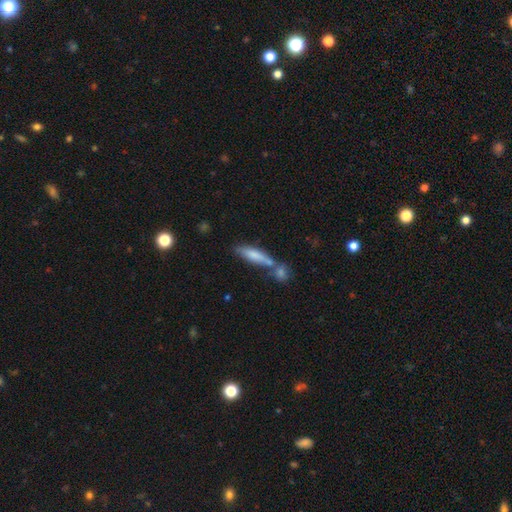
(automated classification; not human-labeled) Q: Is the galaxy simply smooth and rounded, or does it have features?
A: smooth — 74%.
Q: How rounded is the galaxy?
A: cigar-shaped — 69%.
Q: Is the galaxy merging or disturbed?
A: none — 50%.